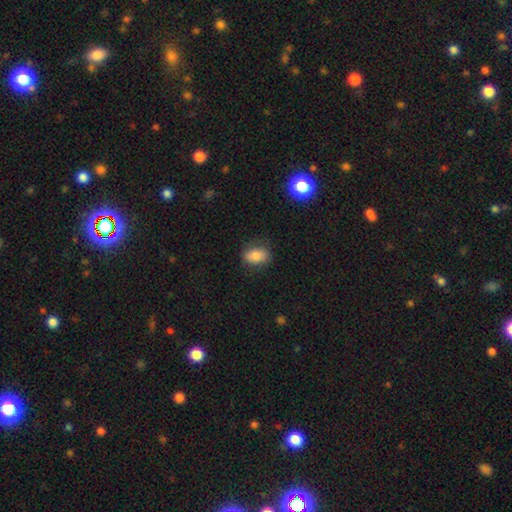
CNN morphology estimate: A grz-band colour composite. It shows a smooth galaxy with no disk features (82%) that is in between round and cigar-shaped (83%). Merging: none (79%).